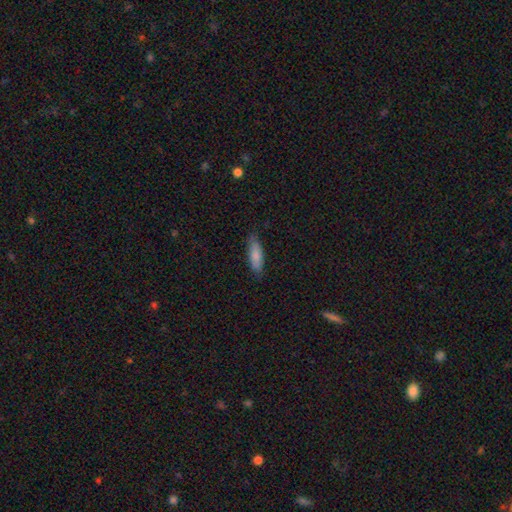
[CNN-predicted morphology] Overall: smooth (82%). How rounded: in between (53%; cigar-shaped 45%). Merging: none (81%).